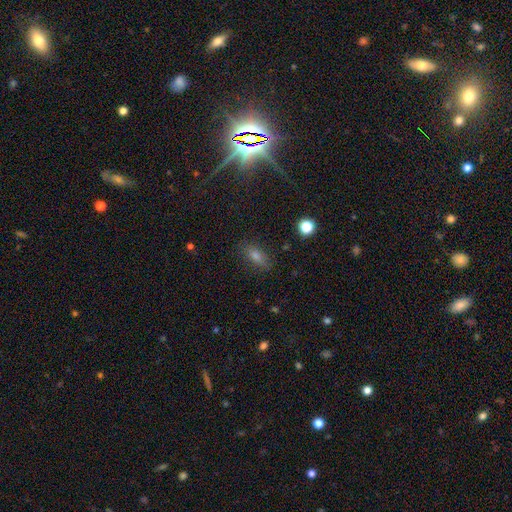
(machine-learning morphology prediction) A smooth galaxy with no disk features (57%) that is in between round and cigar-shaped (78%).

Vote fractions:
- Smooth or featured? smooth: 57% / star or artifact: 28% / featured or disk: 15%
- How rounded? in between: 78% / cigar-shaped: 13% / round: 9%
- Merging? none: 83% / minor disturbance: 12% / major disturbance: 4% / merger: 2%